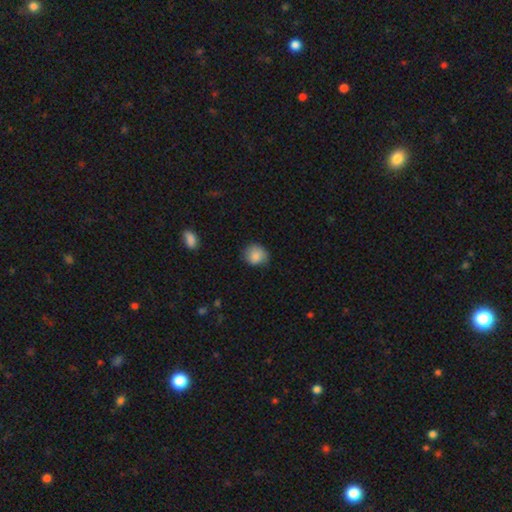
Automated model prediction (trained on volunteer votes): A smooth galaxy with no disk features (86%) that is round (76%). Merging: none (72%).